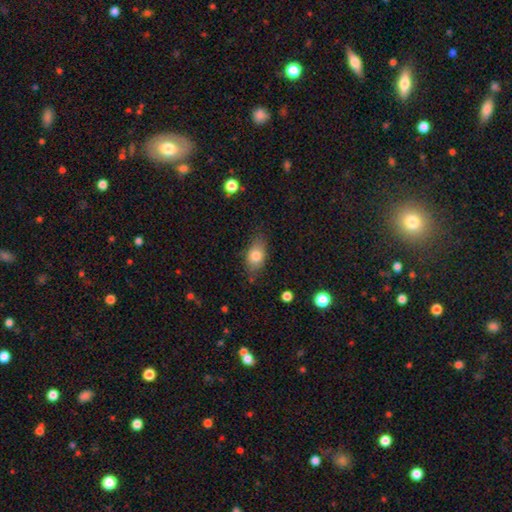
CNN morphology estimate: A smooth galaxy with no disk features (77%) that is in between round and cigar-shaped (81%). Merging: none (72%).